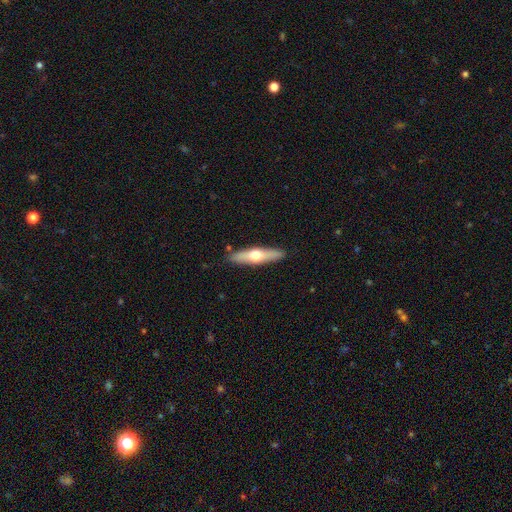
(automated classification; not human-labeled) Q: Smooth or featured?
A: featured or disk (49%); runner-up: smooth (46%)
Q: Merging?
A: none (88%); runner-up: minor disturbance (9%)